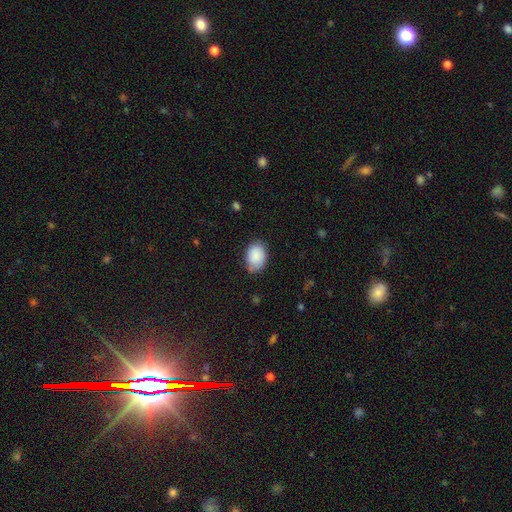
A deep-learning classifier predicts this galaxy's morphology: Q: Smooth or featured?
A: smooth (85%); runner-up: featured or disk (8%)
Q: How rounded?
A: in between (78%); runner-up: round (21%)
Q: Merging?
A: none (72%); runner-up: minor disturbance (23%)